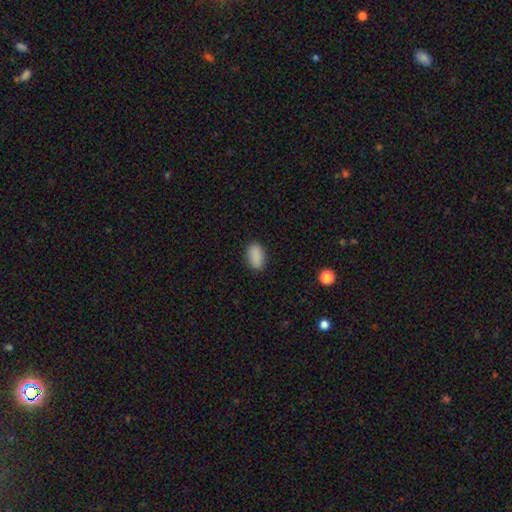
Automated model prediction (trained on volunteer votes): A smooth galaxy with no disk features (88%) that is in between round and cigar-shaped (91%). Merging: none (86%).